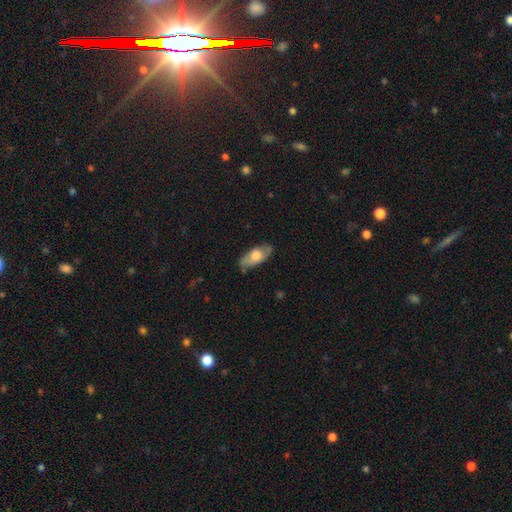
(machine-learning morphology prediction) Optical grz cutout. It shows a smooth galaxy with no disk features (57%) that is in between round and cigar-shaped (82%). Merging: none (74%).